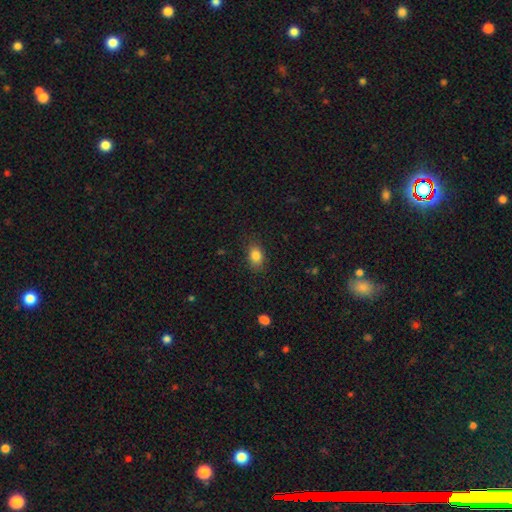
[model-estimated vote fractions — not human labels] Smooth or featured: smooth — 84% (star or artifact — 10%)
How rounded: in between — 77% (round — 22%)
Merging: none — 84% (minor disturbance — 12%)